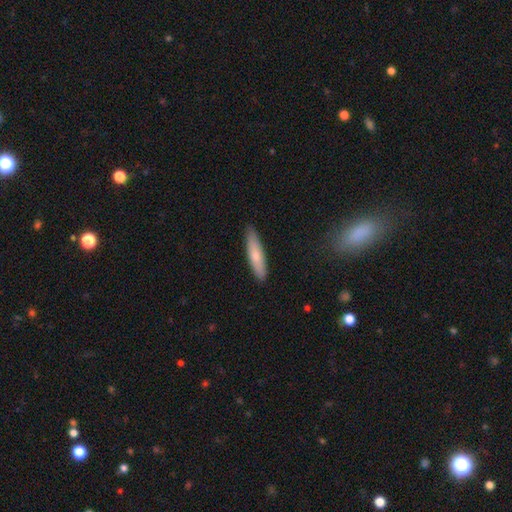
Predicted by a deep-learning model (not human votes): Smooth or featured? smooth (72%)
How rounded? cigar-shaped (80%)
Merging? none (88%)